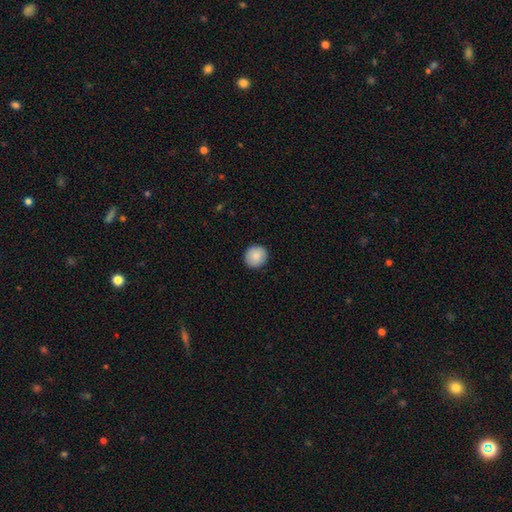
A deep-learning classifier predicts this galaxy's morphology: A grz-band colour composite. It shows a smooth galaxy with no disk features (87%) that is round (89%). Merging: none (91%).